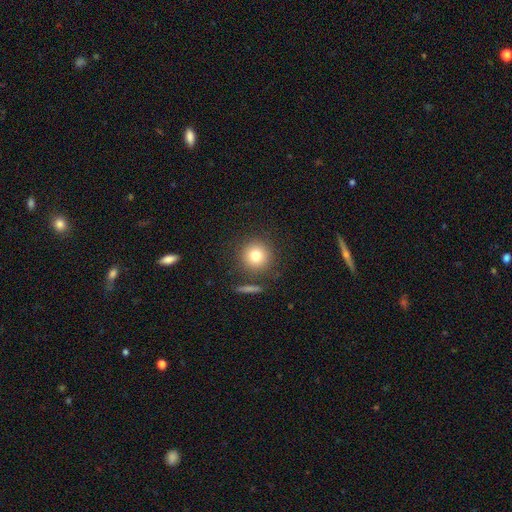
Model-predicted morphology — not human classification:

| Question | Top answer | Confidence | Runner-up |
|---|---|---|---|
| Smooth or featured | smooth | 79% | star or artifact (11%) |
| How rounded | round | 94% | in between (5%) |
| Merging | none | 84% | minor disturbance (8%) |